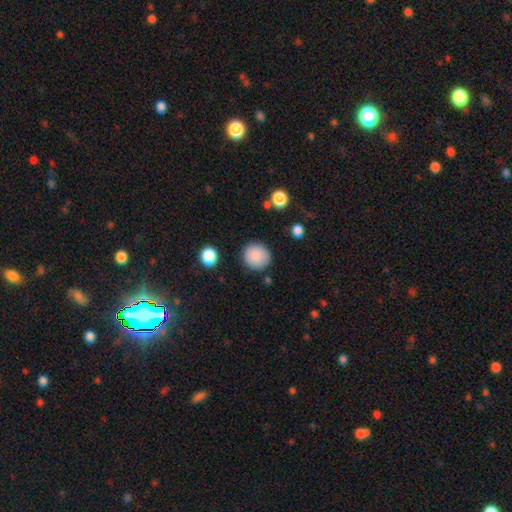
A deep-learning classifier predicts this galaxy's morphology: A smooth galaxy with no disk features (87%) that is round (91%).

Vote fractions:
- Smooth or featured? smooth: 87% / star or artifact: 9% / featured or disk: 4%
- How rounded? round: 91% / in between: 8% / cigar-shaped: 1%
- Merging? none: 86% / minor disturbance: 9% / major disturbance: 3% / merger: 2%